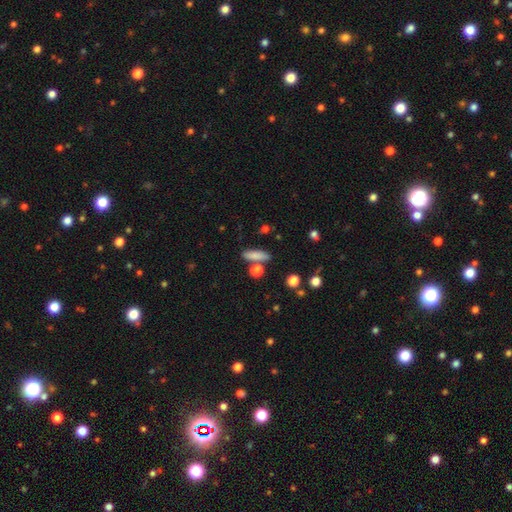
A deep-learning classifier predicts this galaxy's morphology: A smooth galaxy with no disk features (80%) that is cigar-shaped (59%). Merging: none (75%).